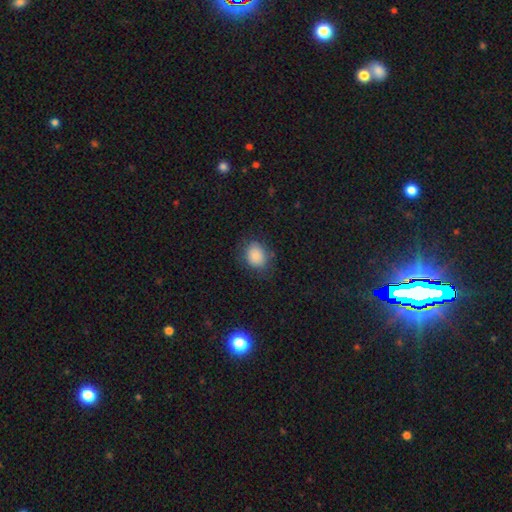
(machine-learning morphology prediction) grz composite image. It shows a smooth galaxy with no disk features (86%) that is in between round and cigar-shaped (50%). Merging: none (77%).